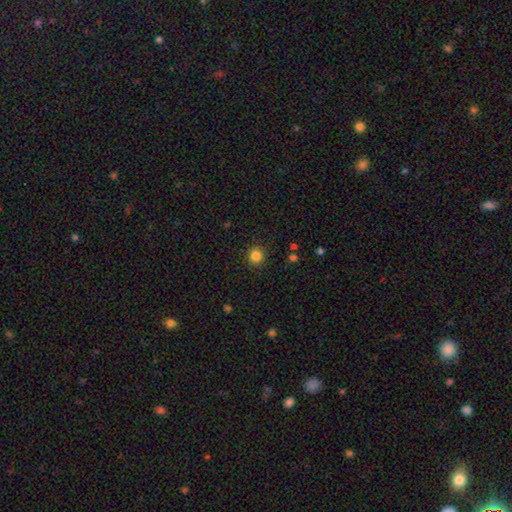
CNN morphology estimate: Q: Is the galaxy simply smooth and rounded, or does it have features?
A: smooth — 84%.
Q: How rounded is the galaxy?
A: round — 89%.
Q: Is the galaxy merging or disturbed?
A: none — 89%.